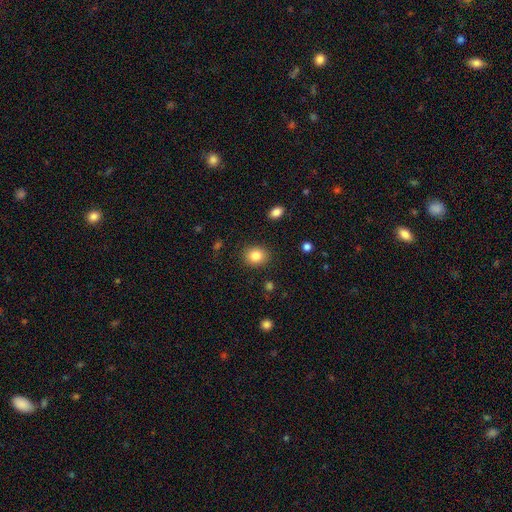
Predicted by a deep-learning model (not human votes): This is clearly a smooth galaxy (84%). How rounded: likely round (64%). Merging: clearly none (89%).